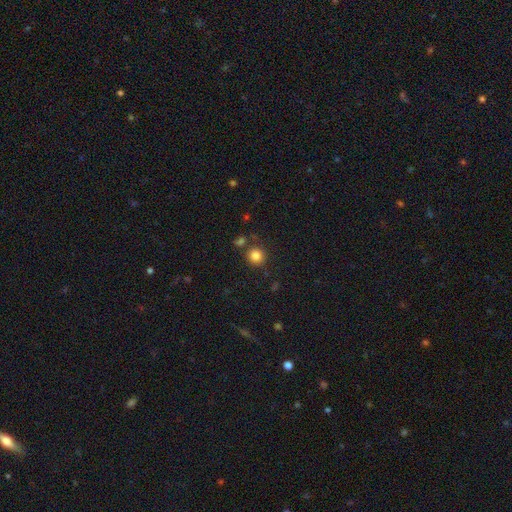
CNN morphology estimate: A smooth galaxy with no disk features (84%) that is round (91%).

Vote fractions:
- Smooth or featured? smooth: 84% / star or artifact: 11% / featured or disk: 5%
- How rounded? round: 91% / in between: 8% / cigar-shaped: 1%
- Merging? none: 80% / minor disturbance: 9% / merger: 8% / major disturbance: 3%